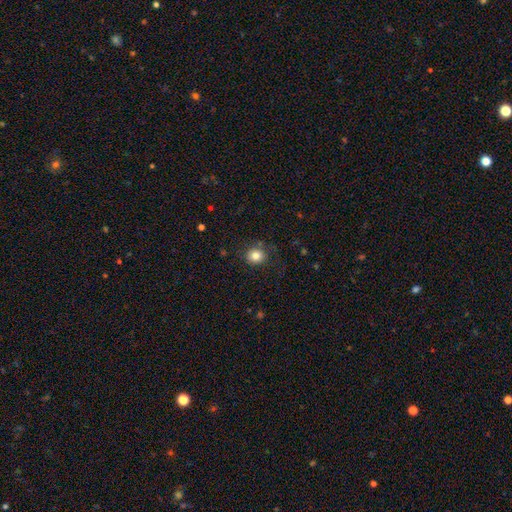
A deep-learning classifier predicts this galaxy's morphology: type=smooth (82%); roundness=round (81%); merging=none (81%).